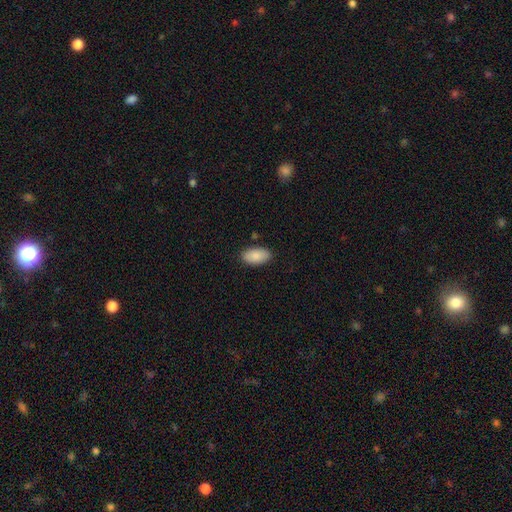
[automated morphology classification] The model was most divided on "merging": none: 87%, minor disturbance: 10%, major disturbance: 2%, merger: 1%. More confident: how rounded — in between (95%); smooth or featured — smooth (87%).